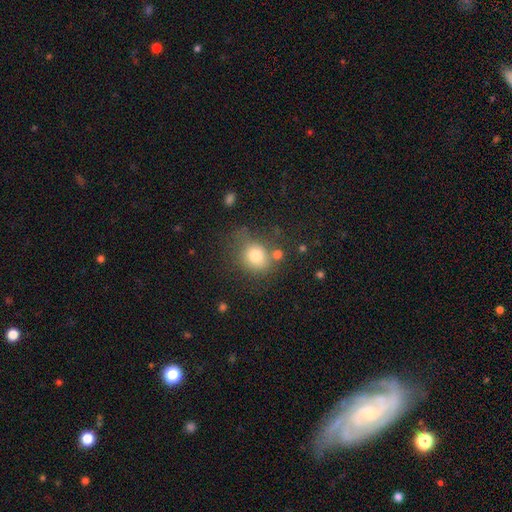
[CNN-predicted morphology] smooth_or_featured: smooth (p=0.78) [alt: star or artifact p=0.12]
how_rounded: round (p=0.71) [alt: in between p=0.28]
merging: none (p=0.57) [alt: minor disturbance p=0.21]